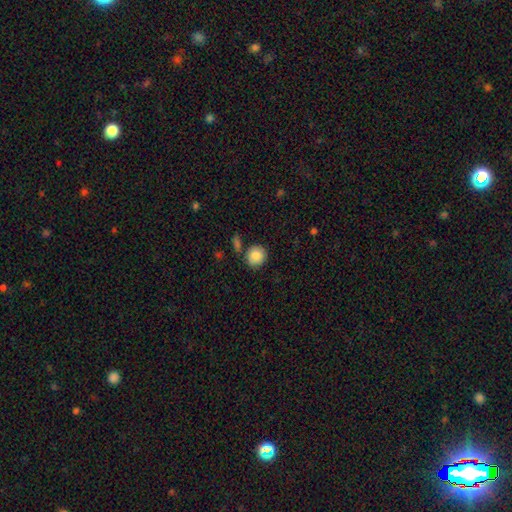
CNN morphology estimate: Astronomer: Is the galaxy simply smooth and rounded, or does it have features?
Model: smooth — 87%.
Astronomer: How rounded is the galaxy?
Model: round — 87%.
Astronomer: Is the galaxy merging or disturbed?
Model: none — 79%.